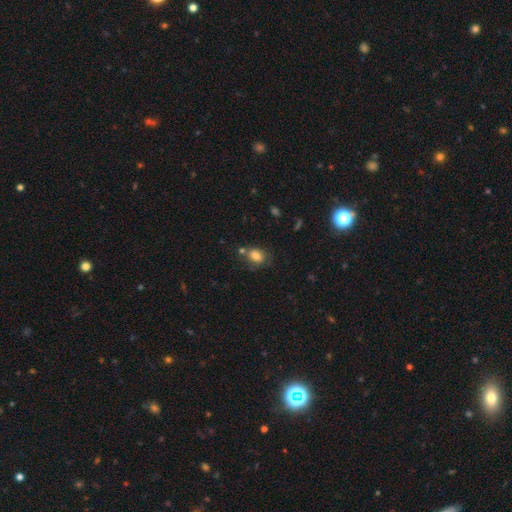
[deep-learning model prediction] A smooth galaxy with no disk features (78%) that is in between round and cigar-shaped (74%).

Vote fractions:
- Smooth or featured? smooth: 78% / featured or disk: 12% / star or artifact: 10%
- How rounded? in between: 74% / round: 25% / cigar-shaped: 2%
- Merging? none: 54% / minor disturbance: 23% / merger: 13% / major disturbance: 9%